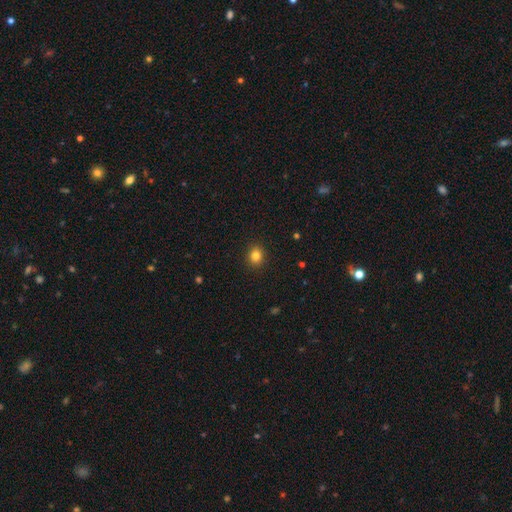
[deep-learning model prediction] Smooth or featured?
  - smooth: 82% *
  - star or artifact: 12%
  - featured or disk: 6%
How rounded?
  - round: 78% *
  - in between: 22%
  - cigar-shaped: 1%
Merging?
  - none: 92% *
  - minor disturbance: 6%
  - major disturbance: 2%
  - merger: 1%